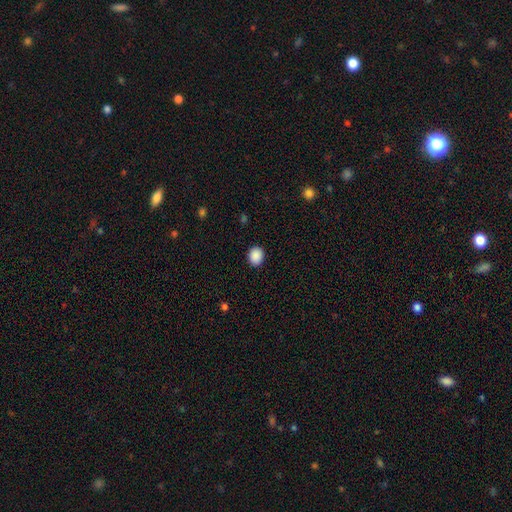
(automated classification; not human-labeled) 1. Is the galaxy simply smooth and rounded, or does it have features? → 89% smooth, 8% star or artifact, 2% featured or disk.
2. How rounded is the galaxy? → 69% round, 30% in between, 1% cigar-shaped.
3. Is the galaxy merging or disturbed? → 90% none, 7% minor disturbance, 2% major disturbance, 1% merger.